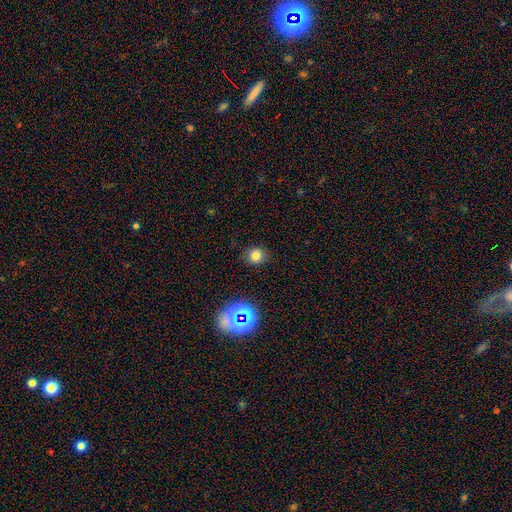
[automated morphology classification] Smooth or featured? Predicted: smooth (p=0.76). How rounded? Predicted: round (p=0.79). Merging? Predicted: none (p=0.86).